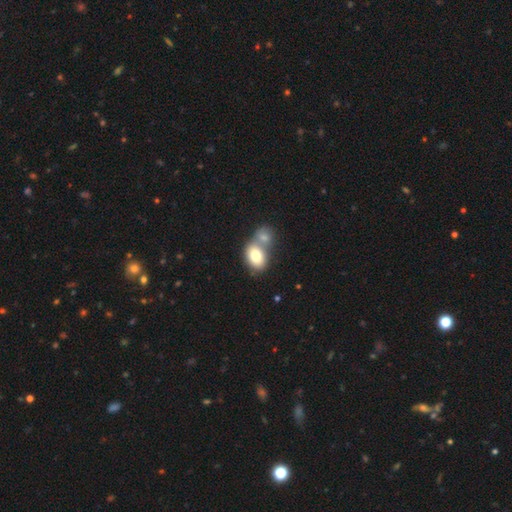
Overall: smooth (75%). How rounded: in between (80%). Merging: merger (64%).